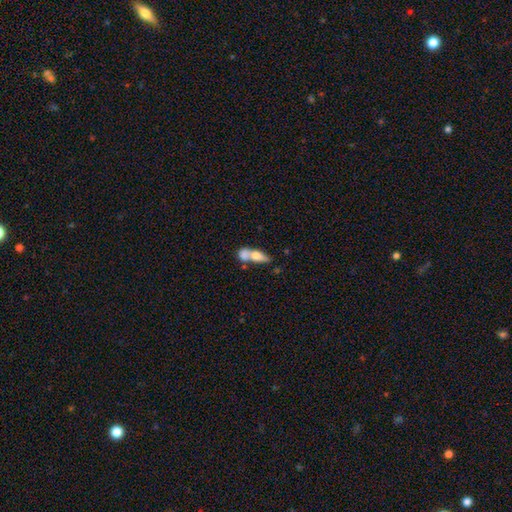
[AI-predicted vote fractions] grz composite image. It shows a smooth galaxy with no disk features (62%) that is in between round and cigar-shaped (64%). Merging: merger (56%).